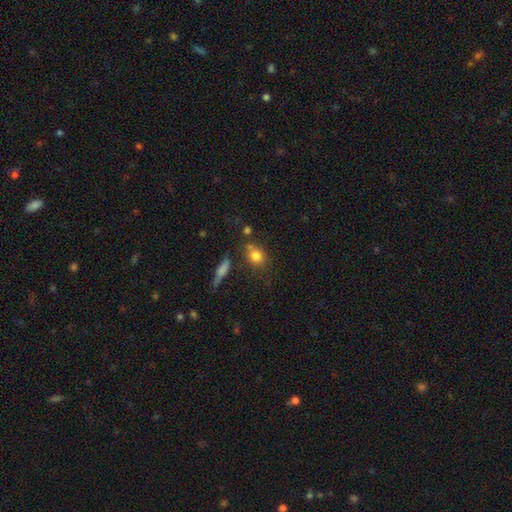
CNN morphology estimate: A smooth galaxy with no disk features (80%) that is round (65%). Merging: none (66%).